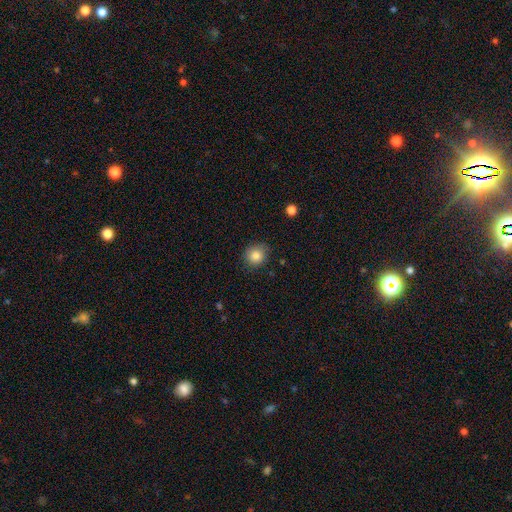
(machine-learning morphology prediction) type=smooth (84%); roundness=round (88%); merging=none (81%).